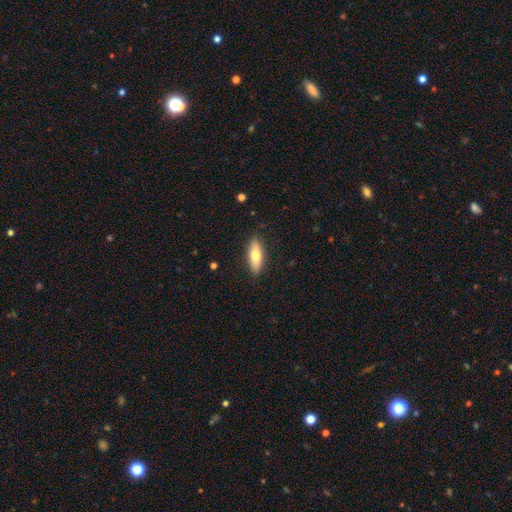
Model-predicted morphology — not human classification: Smooth or featured? Predicted: smooth (p=0.71). How rounded? Predicted: in between (p=0.61). Merging? Predicted: none (p=0.88).